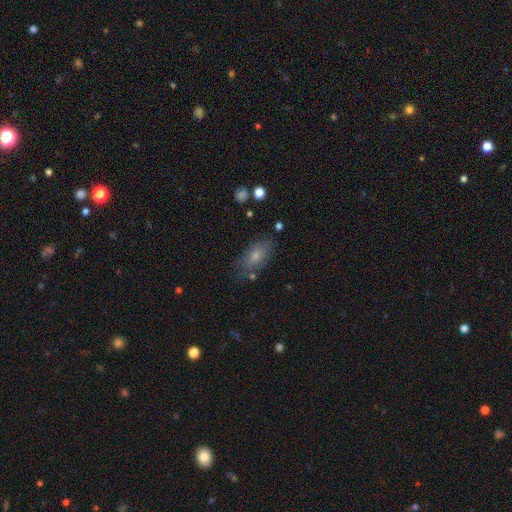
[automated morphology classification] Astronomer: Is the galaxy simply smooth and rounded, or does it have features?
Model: smooth — 73%.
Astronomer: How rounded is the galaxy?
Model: in between — 86%.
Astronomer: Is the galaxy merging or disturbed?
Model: none — 71%.